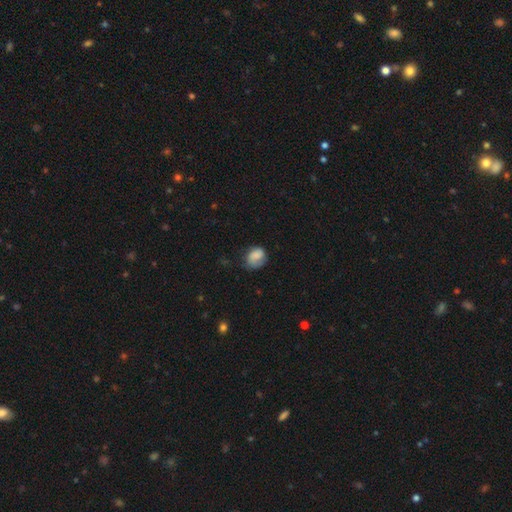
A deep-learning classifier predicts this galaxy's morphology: type=smooth (74%); roundness=in between (53%); merging=none (46%).